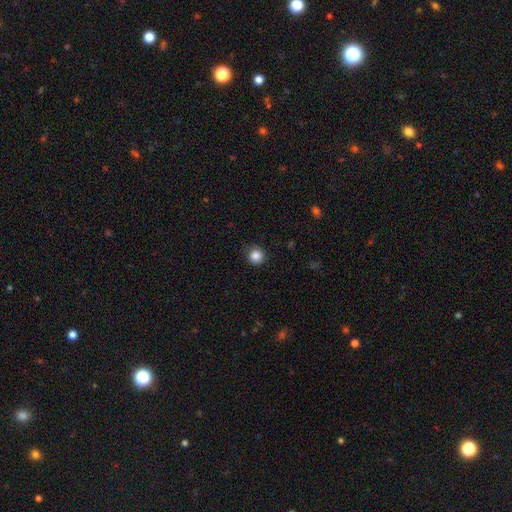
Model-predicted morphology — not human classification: A smooth galaxy with no disk features (86%) that is round (94%).

Vote fractions:
- Smooth or featured? smooth: 86% / star or artifact: 10% / featured or disk: 4%
- How rounded? round: 94% / in between: 5% / cigar-shaped: 1%
- Merging? none: 87% / minor disturbance: 9% / major disturbance: 2% / merger: 1%